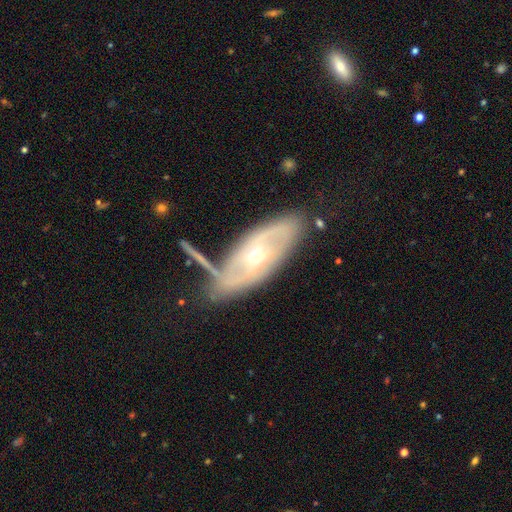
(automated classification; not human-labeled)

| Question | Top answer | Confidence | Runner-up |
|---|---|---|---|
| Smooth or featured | featured or disk | 77% | smooth (17%) |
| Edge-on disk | no | 87% | yes (13%) |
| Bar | no | 55% | weak (32%) |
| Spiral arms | yes | 79% | no (21%) |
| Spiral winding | tight | 41% | medium (36%) |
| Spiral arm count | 2 | 60% | can't tell (27%) |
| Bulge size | moderate | 50% | small (46%) |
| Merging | none | 58% | minor disturbance (22%) |